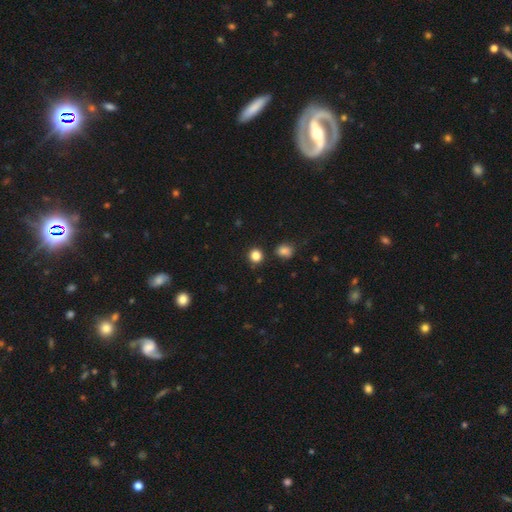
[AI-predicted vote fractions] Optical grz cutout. It shows a smooth galaxy with no disk features (84%) that is round (89%). Merging: none (86%).